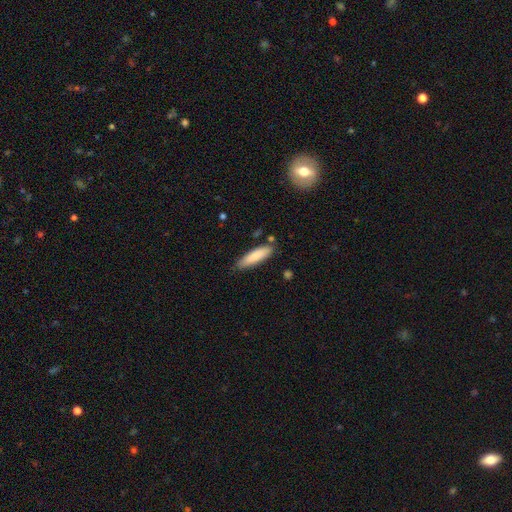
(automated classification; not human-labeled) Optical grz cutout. It shows a smooth galaxy with no disk features (82%) that is cigar-shaped (62%). Merging: none (81%).